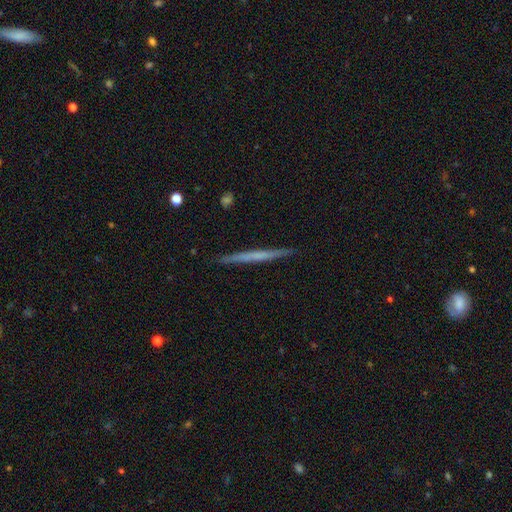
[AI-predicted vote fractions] A featured or disk galaxy (54%) viewed edge-on (98%) with no central bulge (81%).

Vote fractions:
- Smooth or featured? featured or disk: 54% / smooth: 40% / star or artifact: 6%
- Edge-on disk? yes: 98% / no: 2%
- Edge-on bulge? none: 81% / rounded: 14% / boxy: 6%
- Merging? none: 92% / minor disturbance: 6% / major disturbance: 1% / merger: 1%